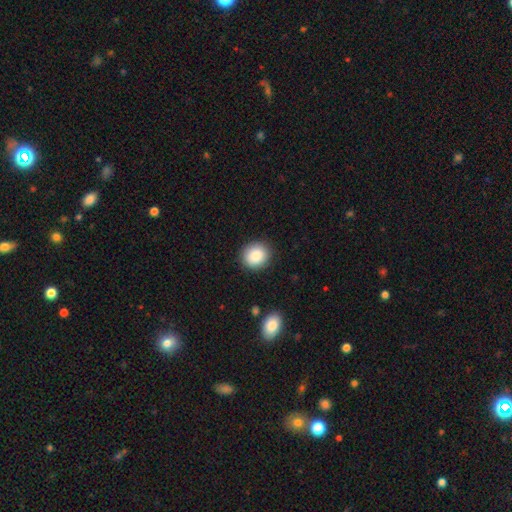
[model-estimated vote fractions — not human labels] Q: Smooth or featured?
A: smooth (87%); runner-up: star or artifact (8%)
Q: How rounded?
A: round (83%); runner-up: in between (16%)
Q: Merging?
A: none (89%); runner-up: minor disturbance (7%)